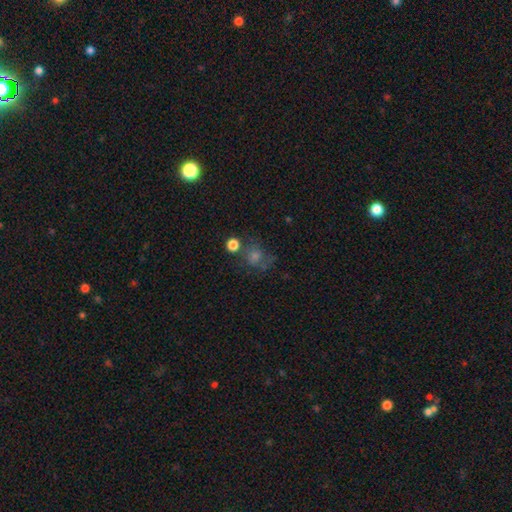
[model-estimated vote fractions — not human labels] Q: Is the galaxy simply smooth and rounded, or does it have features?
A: smooth — 44%.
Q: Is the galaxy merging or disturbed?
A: none — 58%.